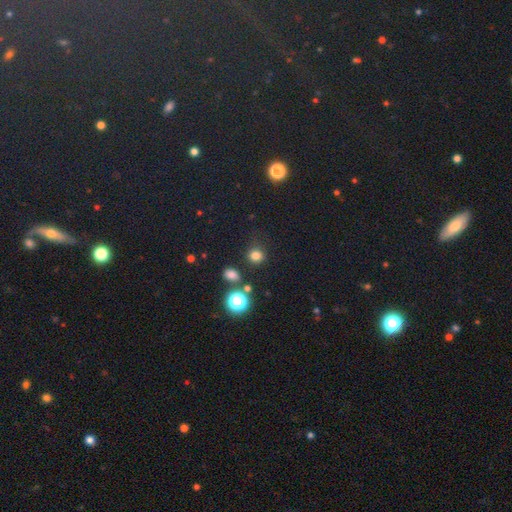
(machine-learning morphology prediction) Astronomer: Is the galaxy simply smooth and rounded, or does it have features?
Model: smooth — 75%.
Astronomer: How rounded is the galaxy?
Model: round — 84%.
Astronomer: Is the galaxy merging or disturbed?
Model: none — 80%.